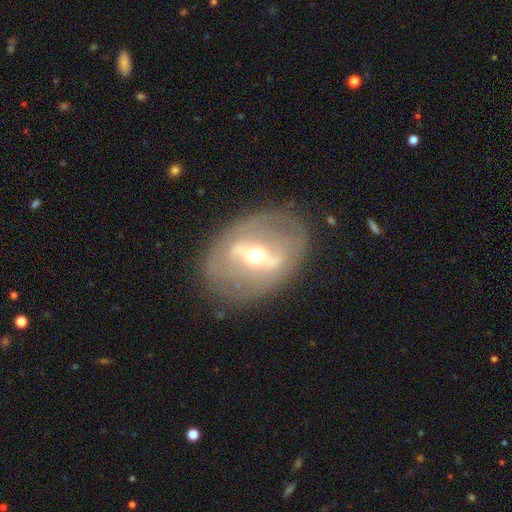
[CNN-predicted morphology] A featured or disk galaxy (75%) with a strong bar (65%), no spiral arms (62%) and a moderate central bulge (61%).

Vote fractions:
- Smooth or featured? featured or disk: 75% / smooth: 18% / star or artifact: 7%
- Edge-on disk? no: 88% / yes: 12%
- Bar? strong: 65% / weak: 25% / no: 10%
- Spiral arms? no: 62% / yes: 38%
- Bulge size? moderate: 61% / small: 30% / large: 7% / dominant: 1% / none: 1%
- Merging? none: 78% / minor disturbance: 13% / major disturbance: 7% / merger: 1%